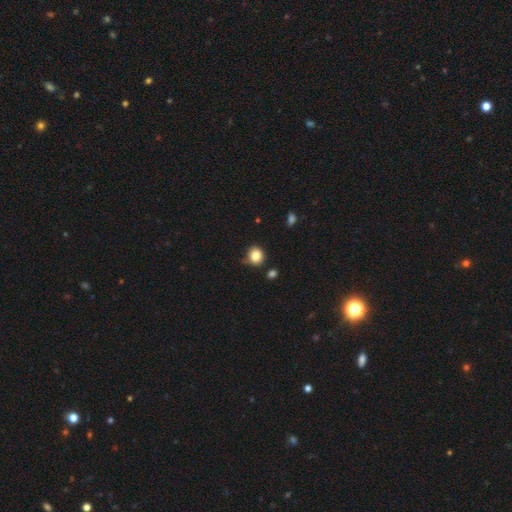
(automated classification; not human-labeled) smooth-or-featured: smooth: 83% | star or artifact: 11% | featured or disk: 6%
  how-rounded: round: 82% | in between: 17% | cigar-shaped: 1%
  merging: none: 77% | minor disturbance: 16% | merger: 4% | major disturbance: 3%